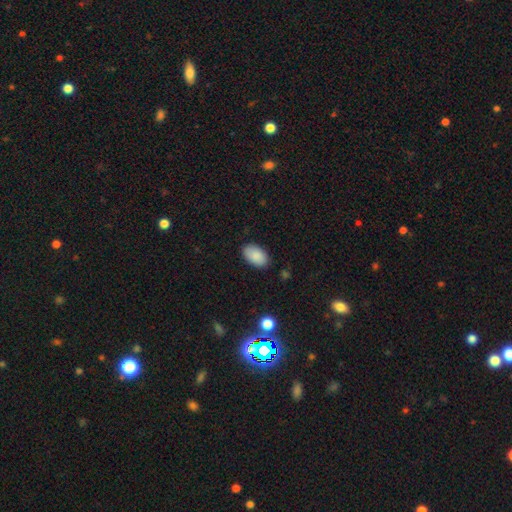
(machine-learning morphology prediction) Overall: smooth (89%). How rounded: in between (94%). Merging: none (87%).